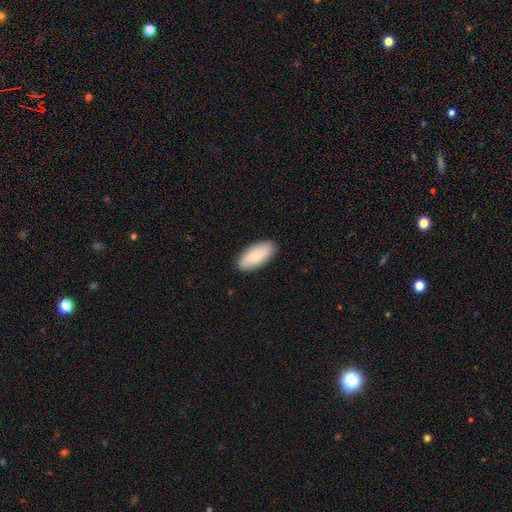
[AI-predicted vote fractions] smooth 83%, featured or disk 11%, star or artifact 5%. Down the decision tree: how rounded — in between (89%); merging — none (89%).